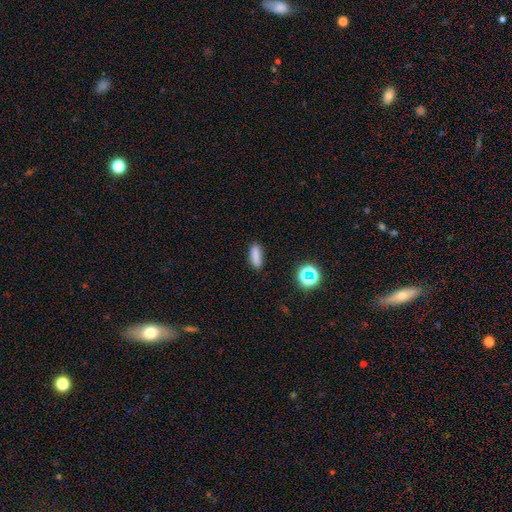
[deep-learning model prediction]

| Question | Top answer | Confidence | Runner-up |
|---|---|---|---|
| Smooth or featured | smooth | 81% | star or artifact (12%) |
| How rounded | in between | 55% | cigar-shaped (41%) |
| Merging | none | 85% | minor disturbance (10%) |